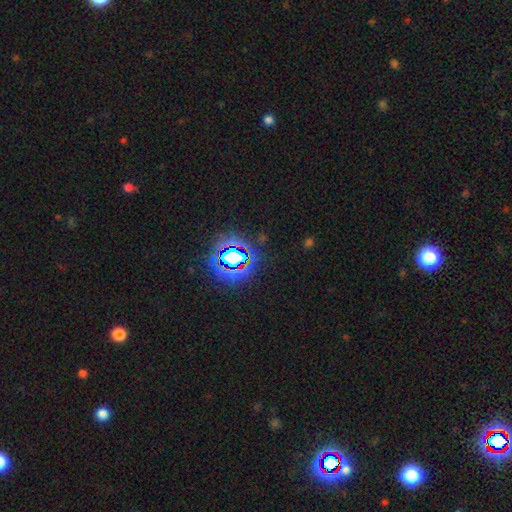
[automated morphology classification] Smooth or featured? star or artifact (81%)